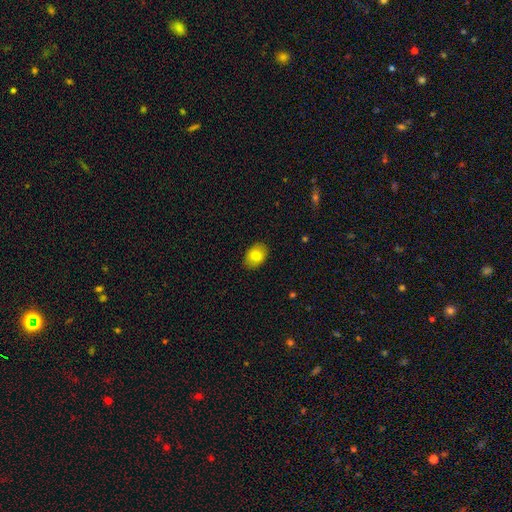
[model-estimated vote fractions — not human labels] The model was most divided on "how rounded": in between: 80%, round: 19%, cigar-shaped: 1%. More confident: merging — none (87%); smooth or featured — smooth (80%).